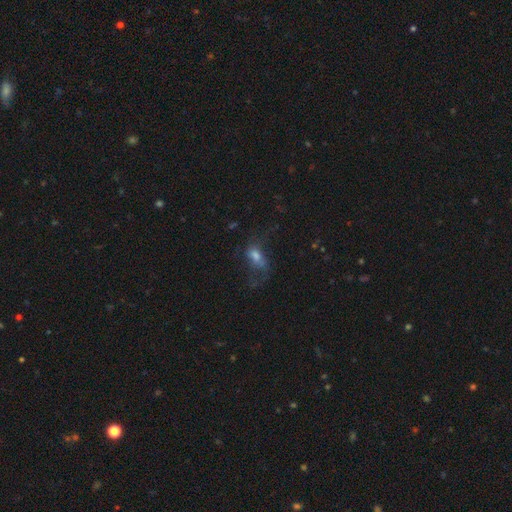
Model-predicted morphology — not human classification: The model was most divided on "merging": major disturbance: 43%, none: 34%, minor disturbance: 19%, merger: 4%. Remaining: smooth or featured — smooth (47%).